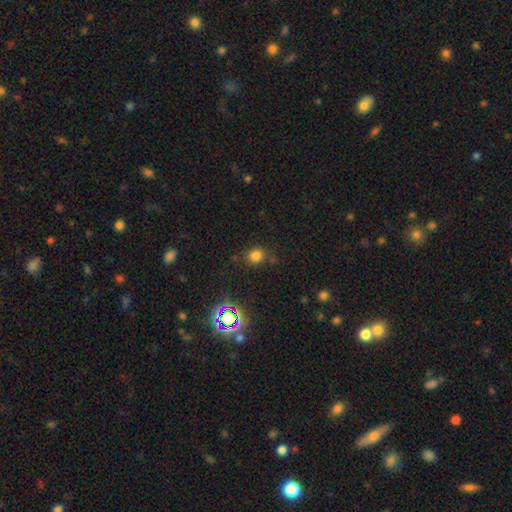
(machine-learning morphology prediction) Smooth or featured?
  - smooth: 73% *
  - star or artifact: 21%
  - featured or disk: 6%
How rounded?
  - round: 70% *
  - in between: 29%
  - cigar-shaped: 1%
Merging?
  - none: 75% *
  - minor disturbance: 14%
  - merger: 6%
  - major disturbance: 5%